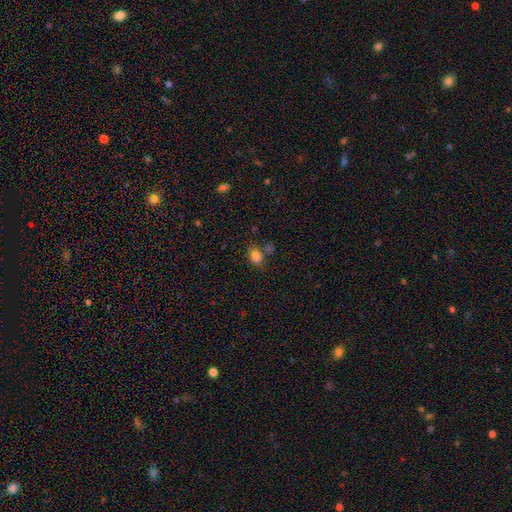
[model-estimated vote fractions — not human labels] Smooth or featured?
  - smooth: 81% *
  - star or artifact: 14%
  - featured or disk: 5%
How rounded?
  - in between: 69% *
  - round: 29%
  - cigar-shaped: 1%
Merging?
  - none: 59% *
  - merger: 19%
  - minor disturbance: 16%
  - major disturbance: 6%